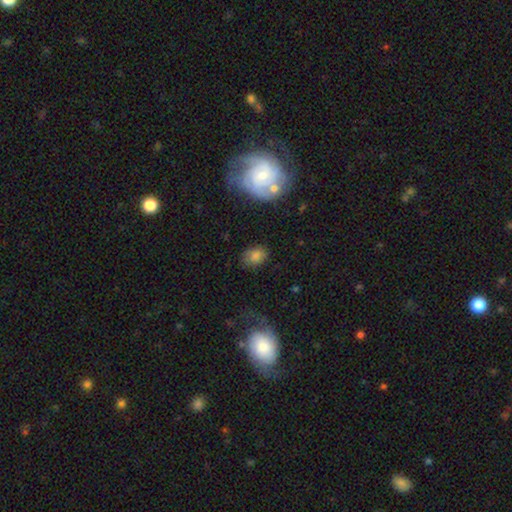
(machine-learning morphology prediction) Overall: smooth (79%). How rounded: in between (72%). Merging: none (76%).